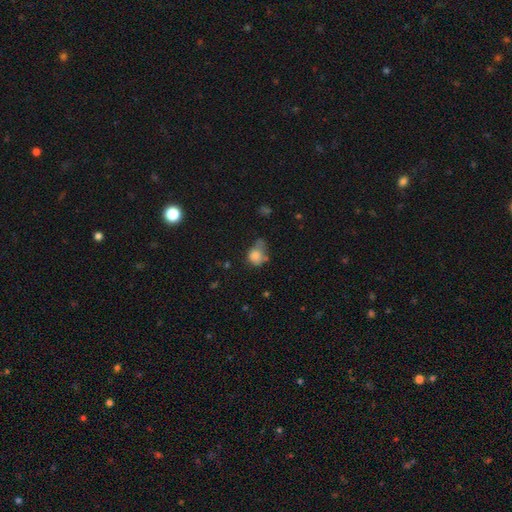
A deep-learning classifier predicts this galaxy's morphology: This appears to be a smooth galaxy with no disk features (77%) that is round (52%). Merging: minor disturbance (34%).